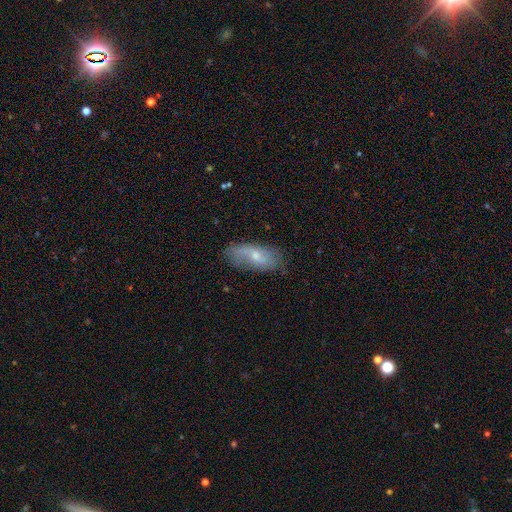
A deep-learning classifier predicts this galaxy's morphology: Smooth or featured?
  - smooth: 47% *
  - featured or disk: 46%
  - star or artifact: 7%
Merging?
  - none: 72% *
  - minor disturbance: 21%
  - major disturbance: 6%
  - merger: 2%